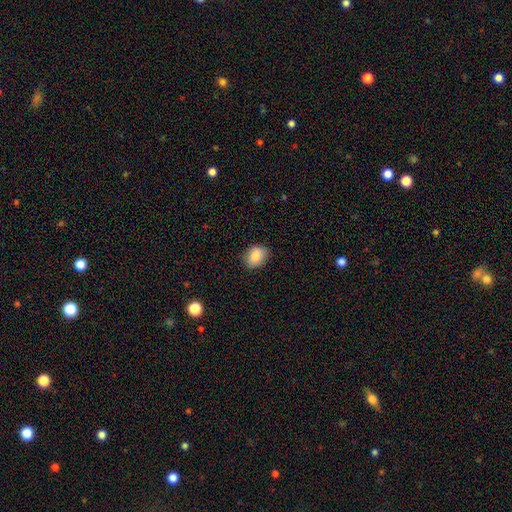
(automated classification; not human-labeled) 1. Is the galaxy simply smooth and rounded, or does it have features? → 85% smooth, 8% star or artifact, 7% featured or disk.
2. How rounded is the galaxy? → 67% in between, 32% round, 1% cigar-shaped.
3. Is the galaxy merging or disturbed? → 83% none, 14% minor disturbance, 3% major disturbance, 1% merger.